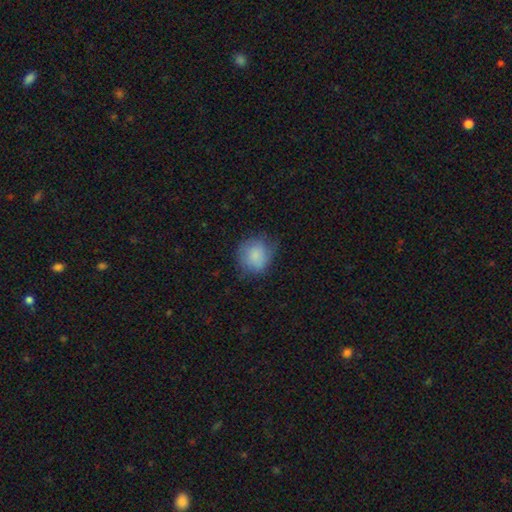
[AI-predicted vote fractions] Q: Smooth or featured?
A: smooth (81%); runner-up: featured or disk (12%)
Q: How rounded?
A: round (83%); runner-up: in between (16%)
Q: Merging?
A: none (65%); runner-up: minor disturbance (25%)